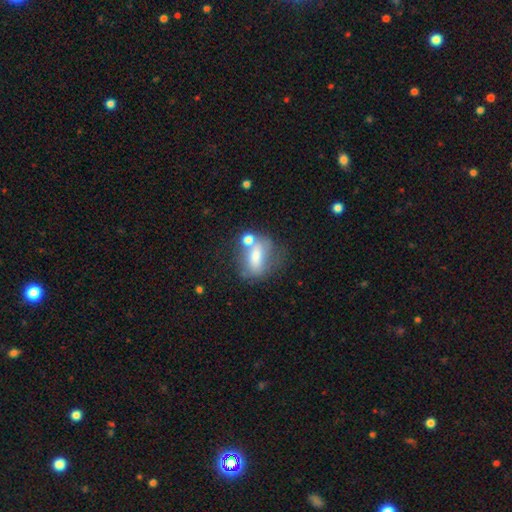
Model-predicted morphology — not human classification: Smooth or featured? Predicted: smooth (p=0.61). How rounded? Predicted: in between (p=0.73). Merging? Predicted: none (p=0.41).